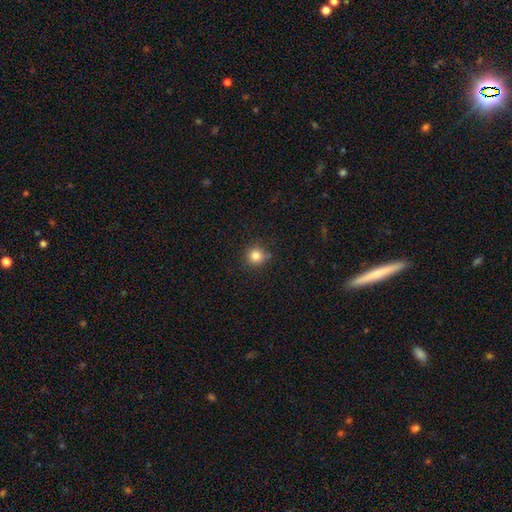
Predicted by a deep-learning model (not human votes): Smooth or featured? Predicted: smooth (p=0.81). How rounded? Predicted: round (p=0.92). Merging? Predicted: none (p=0.81).